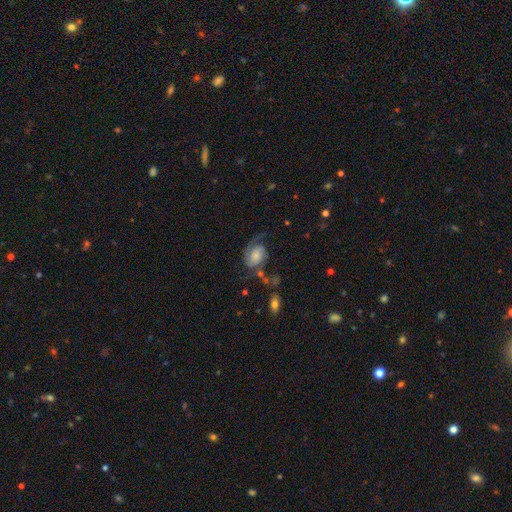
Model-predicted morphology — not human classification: Smooth or featured?
  - featured or disk: 68% *
  - smooth: 24%
  - star or artifact: 8%
Edge-on disk?
  - no: 97% *
  - yes: 3%
Bar?
  - no: 70% *
  - weak: 25%
  - strong: 5%
Spiral arms?
  - yes: 92% *
  - no: 8%
Spiral winding?
  - medium: 40% *
  - loose: 35%
  - tight: 25%
Spiral arm count?
  - 2: 62% *
  - 1: 28%
  - can't tell: 6%
  - 3: 2%
  - 4: 1%
  - more than 4: 1%
Bulge size?
  - moderate: 27% * (tied)
  - small: 27% * (tied)
  - large: 21%
  - none: 17%
  - dominant: 7%
Merging?
  - none: 46% *
  - major disturbance: 27%
  - minor disturbance: 22%
  - merger: 5%